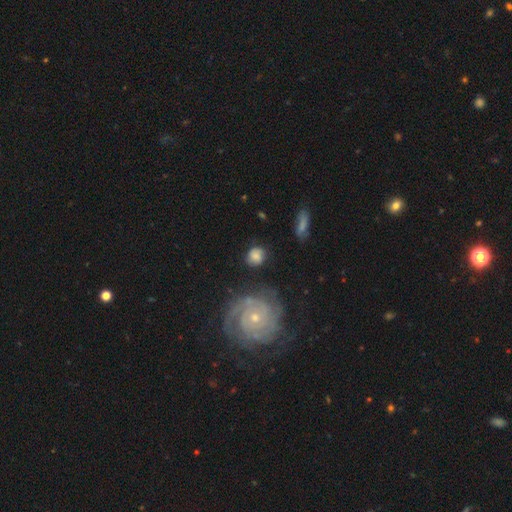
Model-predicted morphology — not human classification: smooth 65%, featured or disk 26%, star or artifact 9%. Down the decision tree: how rounded — round (73%); merging — none (71%).